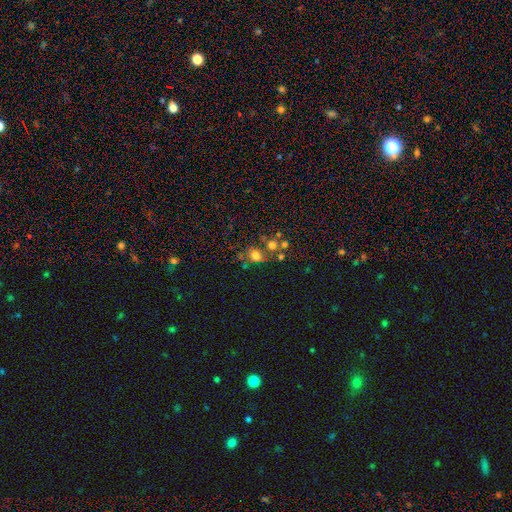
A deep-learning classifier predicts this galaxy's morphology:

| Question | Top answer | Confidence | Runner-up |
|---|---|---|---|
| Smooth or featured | smooth | 70% | star or artifact (18%) |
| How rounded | round | 55% | in between (44%) |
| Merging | none | 56% | merger (22%) |